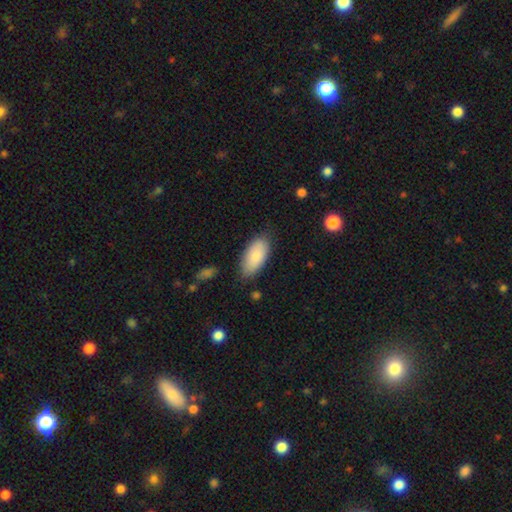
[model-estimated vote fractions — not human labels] Smooth or featured? smooth (83%)
How rounded? in between (93%)
Merging? none (79%)